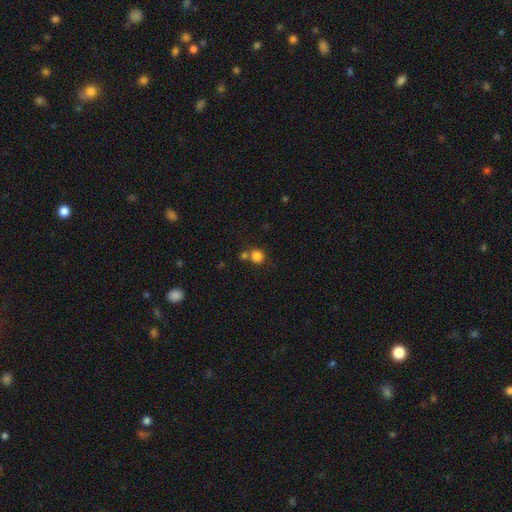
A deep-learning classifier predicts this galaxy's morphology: A smooth galaxy with no disk features (83%) that is round (88%).

Vote fractions:
- Smooth or featured? smooth: 83% / star or artifact: 12% / featured or disk: 6%
- How rounded? round: 88% / in between: 11% / cigar-shaped: 1%
- Merging? none: 61% / merger: 27% / minor disturbance: 9% / major disturbance: 4%